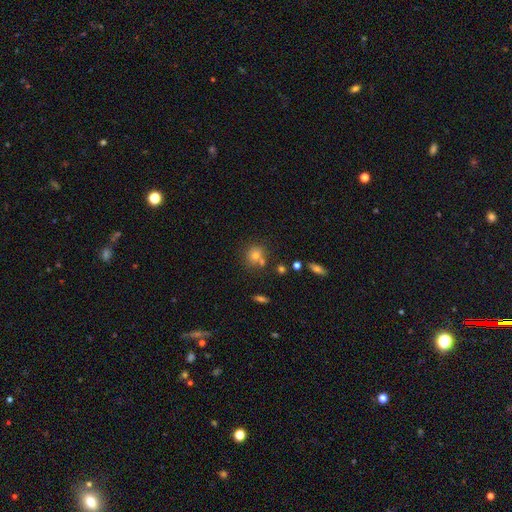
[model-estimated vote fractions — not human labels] Smooth or featured?
  - smooth: 71% *
  - star or artifact: 17%
  - featured or disk: 13%
How rounded?
  - round: 83% *
  - in between: 16%
  - cigar-shaped: 1%
Merging?
  - none: 65% *
  - merger: 20%
  - minor disturbance: 11%
  - major disturbance: 4%